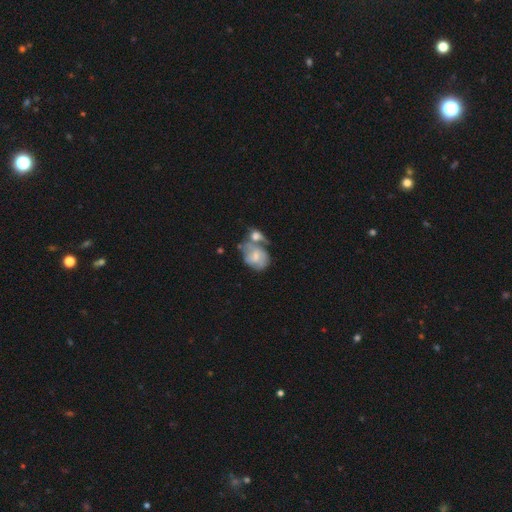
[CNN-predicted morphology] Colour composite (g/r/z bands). It shows a featured or disk galaxy (54%) with no bar (55%), spiral arms (67%) and a moderate central bulge (40%). Merging: merger (48%).